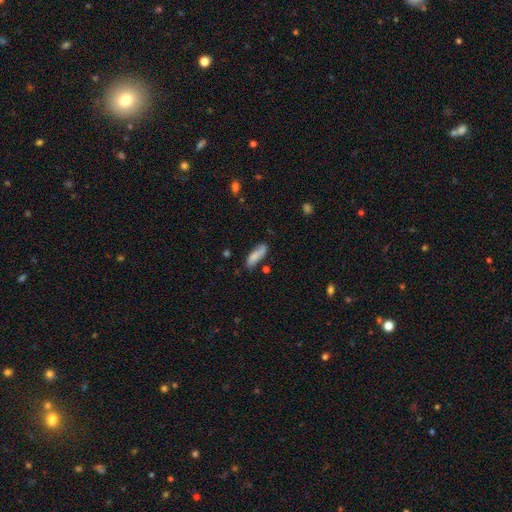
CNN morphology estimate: Smooth or featured: smooth — 80% (featured or disk — 14%)
How rounded: cigar-shaped — 51% (in between — 47%)
Merging: none — 69% (minor disturbance — 22%)